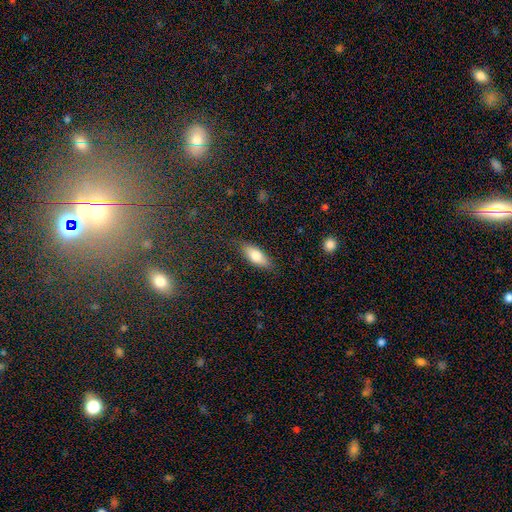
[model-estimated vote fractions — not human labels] Overall: smooth (77%). How rounded: in between (74%). Merging: none (82%).